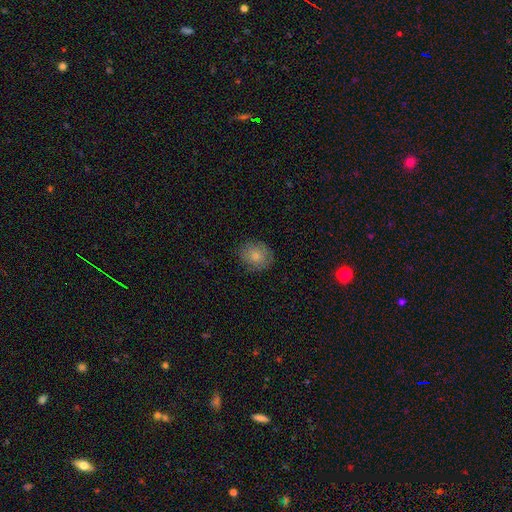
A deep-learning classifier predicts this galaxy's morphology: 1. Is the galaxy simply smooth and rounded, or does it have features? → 79% smooth, 13% featured or disk, 8% star or artifact.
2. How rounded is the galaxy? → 76% round, 23% in between, 1% cigar-shaped.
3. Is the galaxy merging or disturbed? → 79% none, 16% minor disturbance, 4% major disturbance, 1% merger.